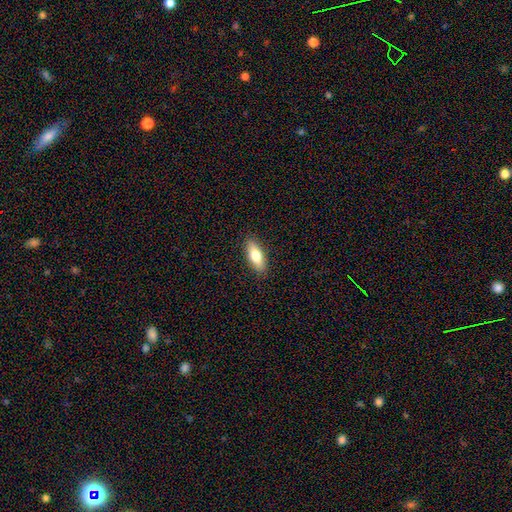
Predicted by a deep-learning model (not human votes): smooth_or_featured: smooth (p=0.74) [alt: featured or disk p=0.20]
how_rounded: in between (p=0.70) [alt: cigar-shaped p=0.27]
merging: none (p=0.89) [alt: minor disturbance p=0.08]